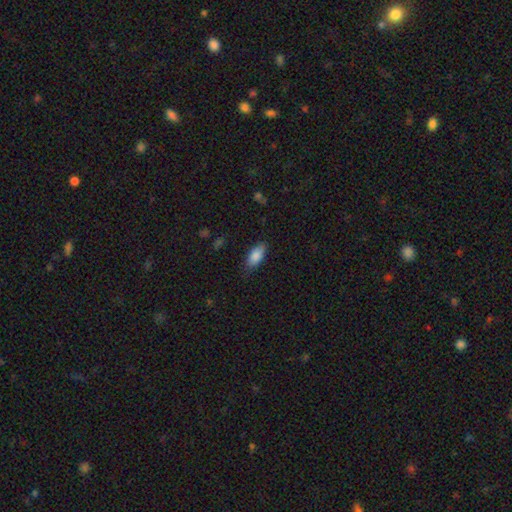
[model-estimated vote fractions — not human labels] Smooth or featured?
  - smooth: 86% *
  - featured or disk: 7%
  - star or artifact: 7%
How rounded?
  - in between: 88% *
  - cigar-shaped: 10%
  - round: 2%
Merging?
  - none: 79% *
  - minor disturbance: 17%
  - major disturbance: 3%
  - merger: 1%